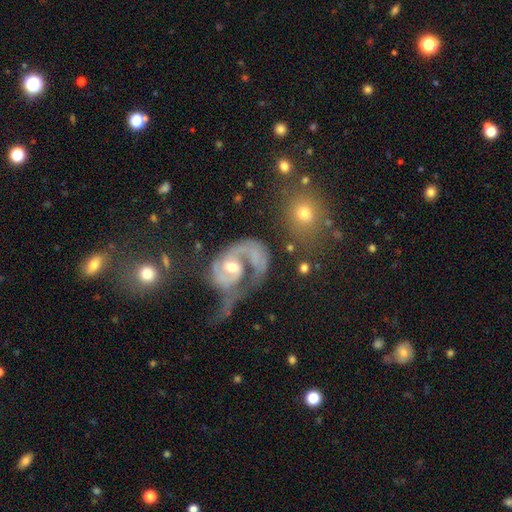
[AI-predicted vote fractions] Overall: featured or disk (82%). Edge-on disk: no (98%). Bar: no (62%; weak 29%). Spiral arms: yes (89%). Spiral arm count: 1 (46%; 2 43%). Spiral winding: medium (43%; loose 29%). Bulge size: moderate (68%). Merging: major disturbance (38%; merger 27%).